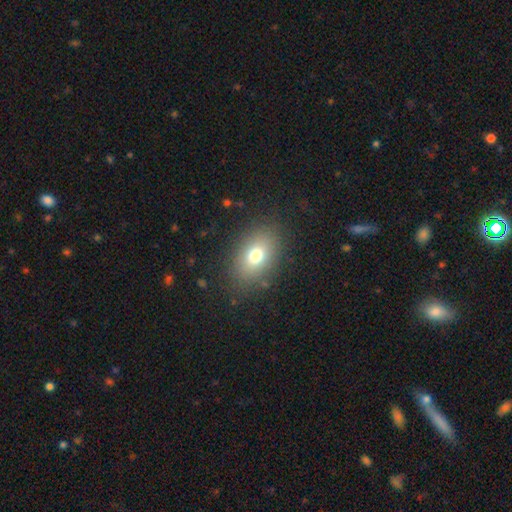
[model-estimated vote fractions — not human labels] Morphology: type=smooth (73%); roundness=in between (75%); merging=none (83%).